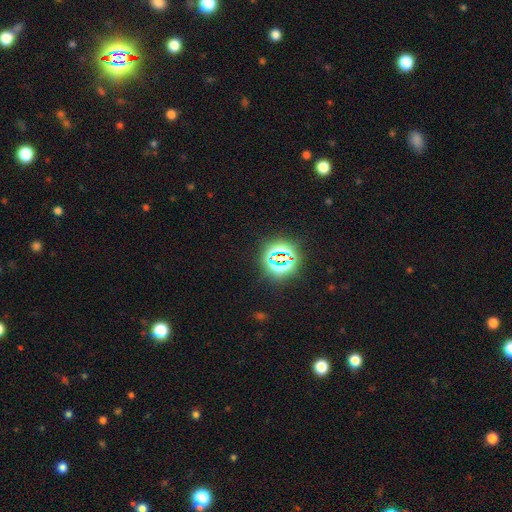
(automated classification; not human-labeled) Smooth or featured: star or artifact — 81% (smooth — 13%)